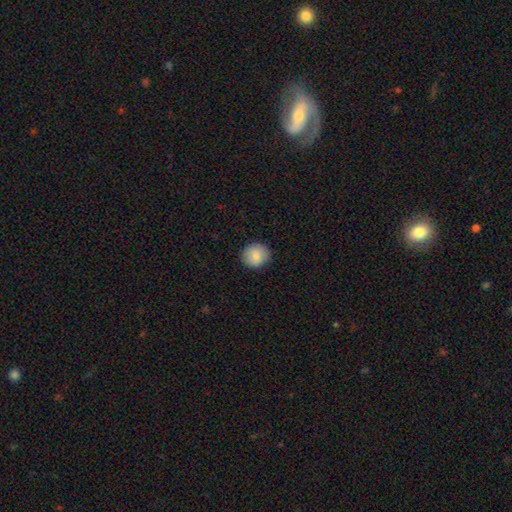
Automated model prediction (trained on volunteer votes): A smooth galaxy with no disk features (85%) that is round (83%).

Vote fractions:
- Smooth or featured? smooth: 85% / featured or disk: 8% / star or artifact: 7%
- How rounded? round: 83% / in between: 16% / cigar-shaped: 1%
- Merging? none: 87% / minor disturbance: 10% / major disturbance: 2% / merger: 1%